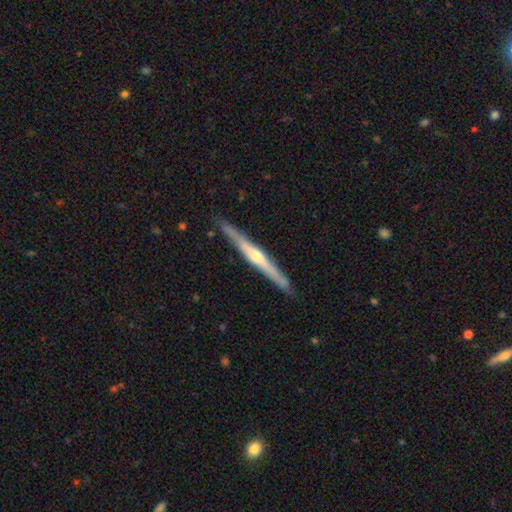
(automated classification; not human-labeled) A featured or disk galaxy (78%) viewed edge-on (98%) with a rounded central bulge (81%).

Vote fractions:
- Smooth or featured? featured or disk: 78% / smooth: 17% / star or artifact: 5%
- Edge-on disk? yes: 98% / no: 2%
- Edge-on bulge? rounded: 81% / none: 14% / boxy: 6%
- Merging? none: 90% / minor disturbance: 7% / major disturbance: 1% / merger: 1%